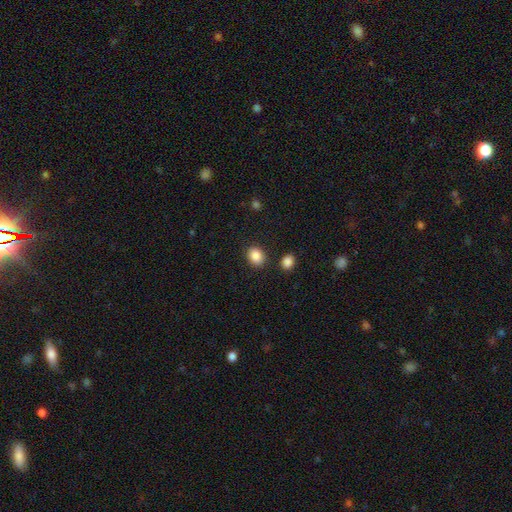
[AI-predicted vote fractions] Smooth or featured? smooth (87%)
How rounded? round (50%)
Merging? none (85%)